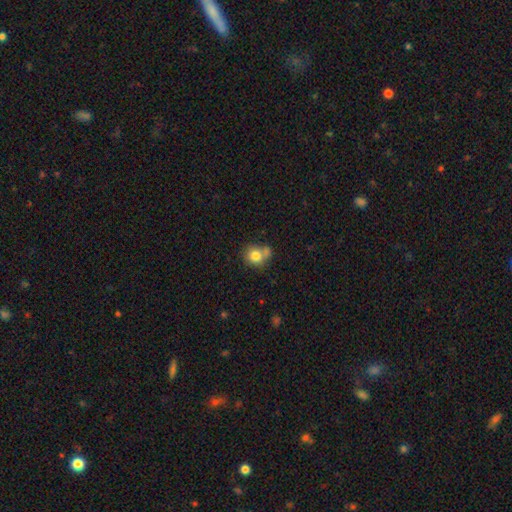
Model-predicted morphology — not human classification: This appears to be a smooth galaxy with no disk features (80%) that is round (76%). Merging: none (46%).